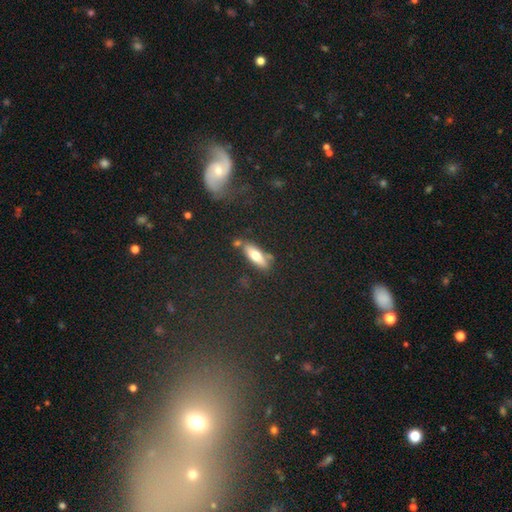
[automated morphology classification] Smooth or featured? smooth (70%)
How rounded? in between (63%)
Merging? none (73%)